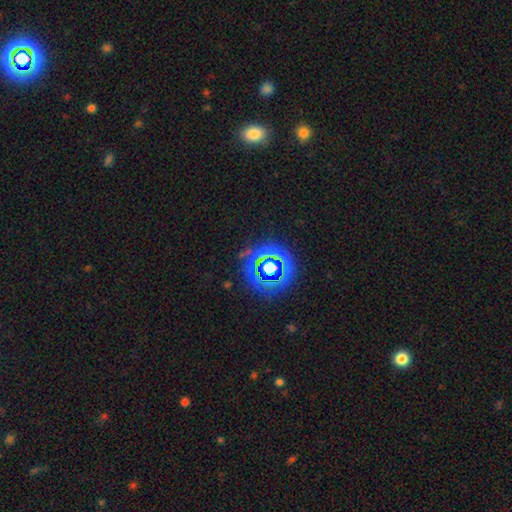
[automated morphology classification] This is likely a star or artifact rather than a galaxy (73%).